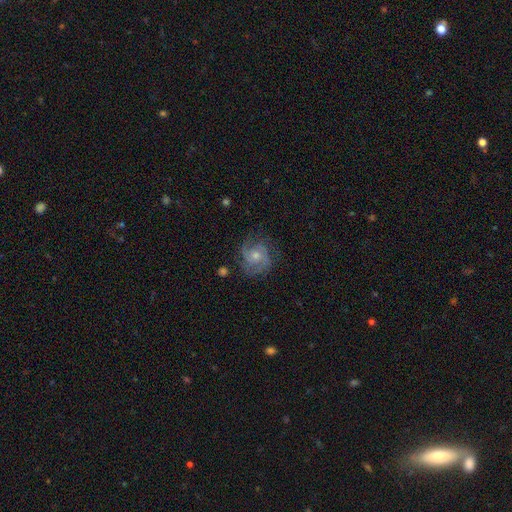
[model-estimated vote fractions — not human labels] Overall: featured or disk (78%). Edge-on disk: no (98%). Bar: no (71%). Spiral arms: yes (95%). Spiral arm count: 3 (38%; 2 25%). Spiral winding: tight (47%; medium 42%). Bulge size: moderate (48%; small 46%). Merging: none (75%).